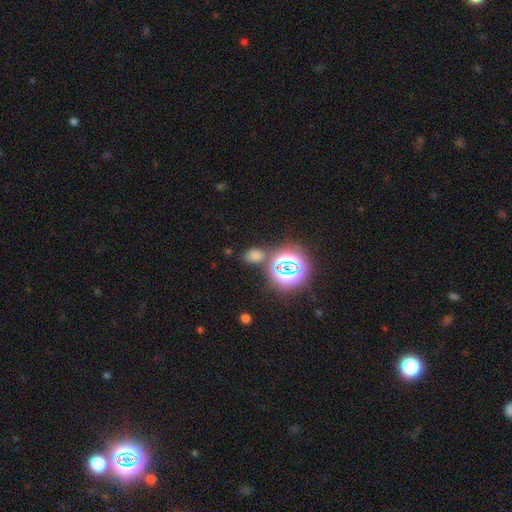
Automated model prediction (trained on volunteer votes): Smooth or featured?
  - smooth: 60% *
  - star or artifact: 33%
  - featured or disk: 6%
How rounded?
  - in between: 70% *
  - round: 28%
  - cigar-shaped: 2%
Merging?
  - none: 74% *
  - minor disturbance: 12%
  - merger: 9%
  - major disturbance: 5%